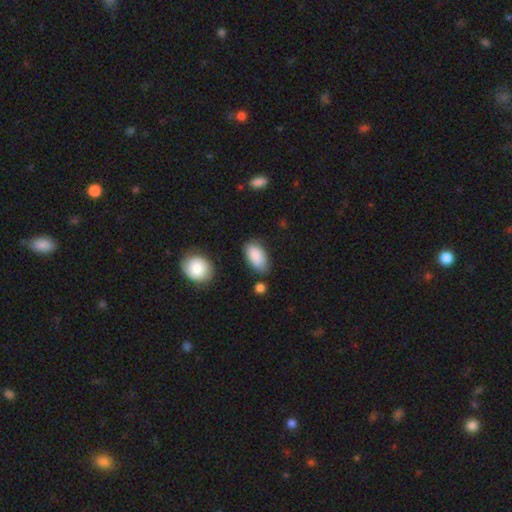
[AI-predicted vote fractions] Smooth or featured? Predicted: smooth (p=0.86). How rounded? Predicted: in between (p=0.94). Merging? Predicted: none (p=0.69).